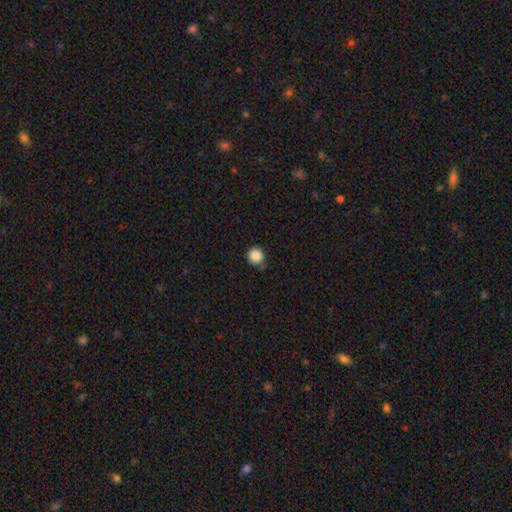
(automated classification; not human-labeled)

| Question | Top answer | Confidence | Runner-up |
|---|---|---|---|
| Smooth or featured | smooth | 87% | star or artifact (10%) |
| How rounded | round | 93% | in between (6%) |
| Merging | none | 74% | minor disturbance (20%) |